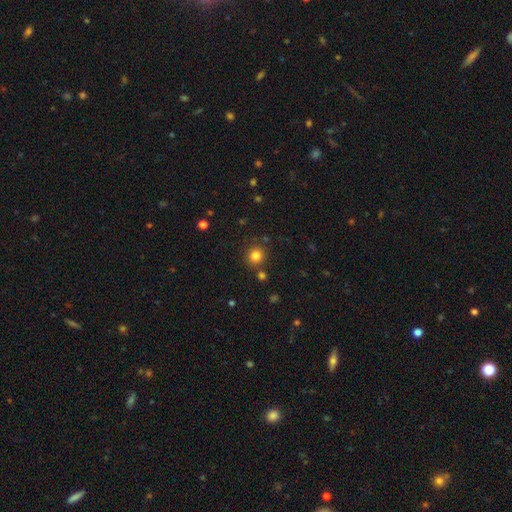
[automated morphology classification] Smooth or featured: smooth — 81% (star or artifact — 13%)
How rounded: round — 91% (in between — 9%)
Merging: none — 82% (minor disturbance — 8%)